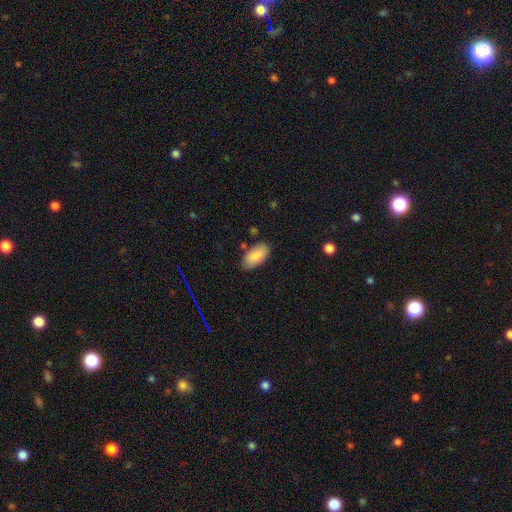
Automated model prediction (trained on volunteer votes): Smooth or featured: smooth — 87% (featured or disk — 7%)
How rounded: in between — 92% (cigar-shaped — 6%)
Merging: none — 79% (minor disturbance — 15%)